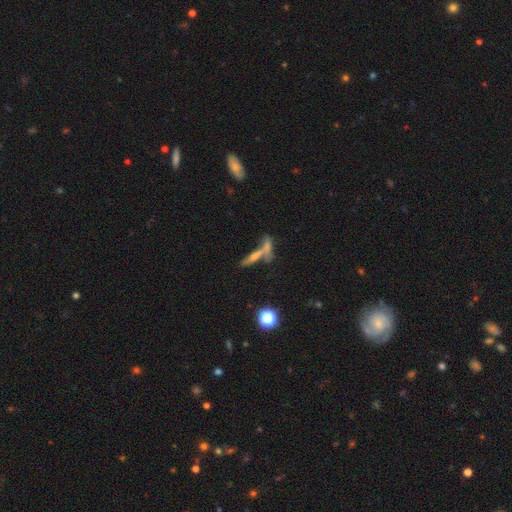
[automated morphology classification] This is marginally a smooth galaxy (44%). Merging: possibly merger (46%).